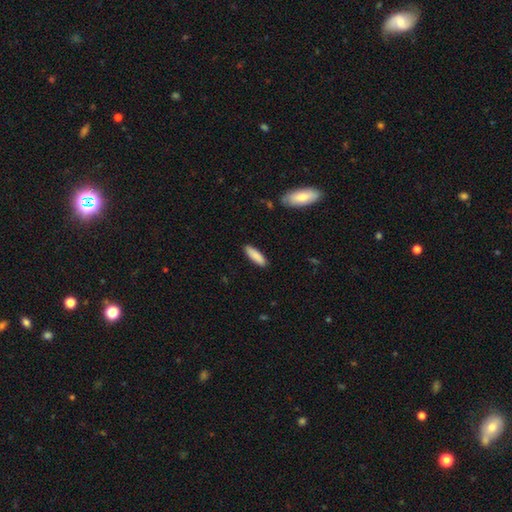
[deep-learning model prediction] smooth_or_featured: smooth (p=0.88) [alt: featured or disk p=0.07]
how_rounded: cigar-shaped (p=0.55) [alt: in between p=0.43]
merging: none (p=0.89) [alt: minor disturbance p=0.08]